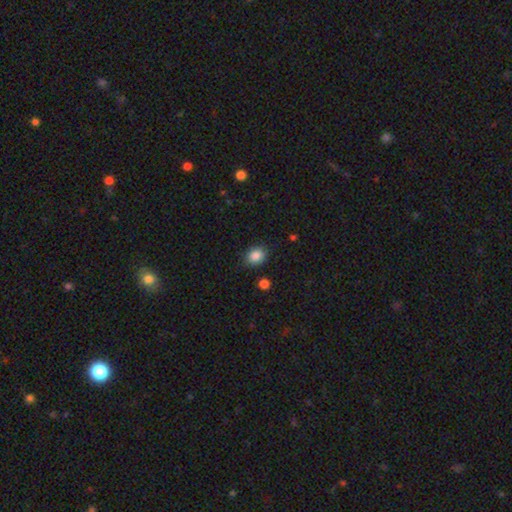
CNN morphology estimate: A smooth galaxy with no disk features (87%) that is round (52%). Merging: none (85%).